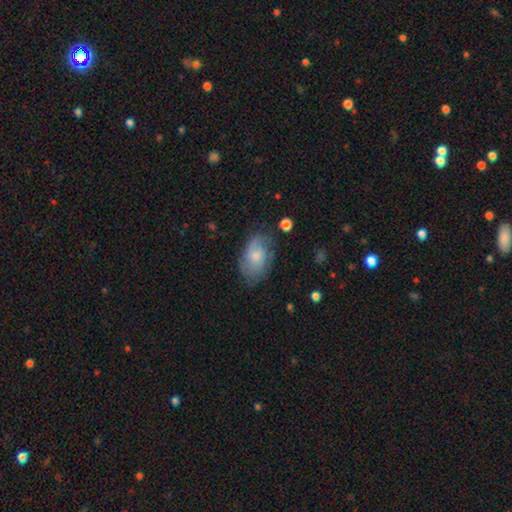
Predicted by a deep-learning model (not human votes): Overall: smooth (49%; featured or disk 43%). Merging: none (63%; minor disturbance 25%).